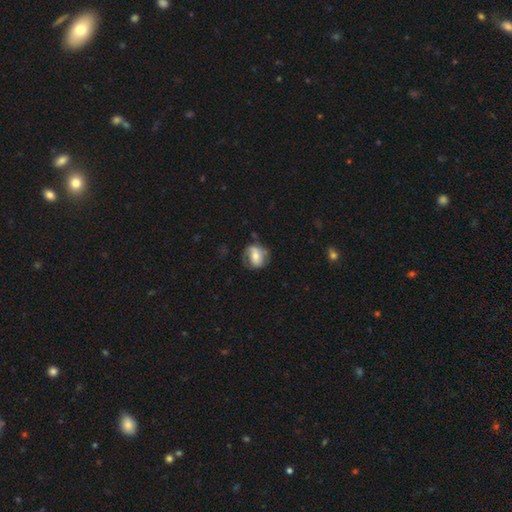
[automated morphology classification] This is possibly a featured or disk galaxy (48%). Merging: possibly none (58%).